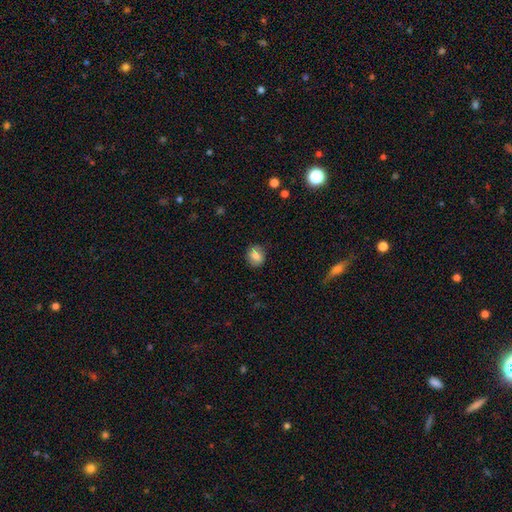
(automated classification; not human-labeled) The model was most divided on "how rounded": round: 67%, in between: 31%, cigar-shaped: 1%. More confident: merging — none (81%); smooth or featured — smooth (79%).